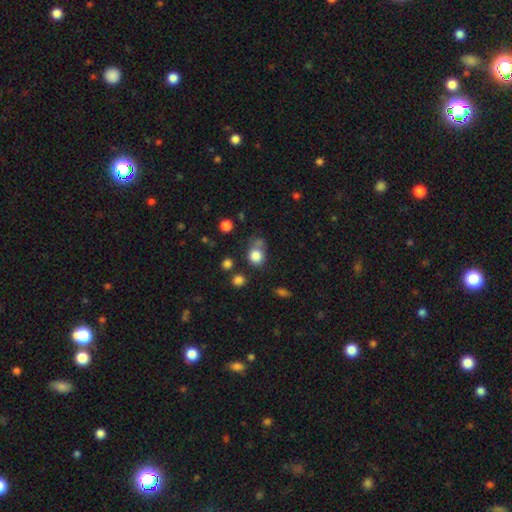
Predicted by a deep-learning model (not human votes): Smooth or featured?
  - smooth: 82% *
  - star or artifact: 12%
  - featured or disk: 7%
How rounded?
  - round: 72% *
  - in between: 27%
  - cigar-shaped: 1%
Merging?
  - none: 55% *
  - minor disturbance: 19%
  - merger: 19%
  - major disturbance: 8%